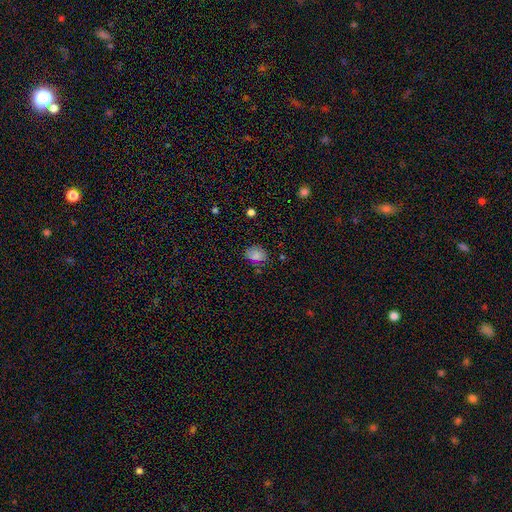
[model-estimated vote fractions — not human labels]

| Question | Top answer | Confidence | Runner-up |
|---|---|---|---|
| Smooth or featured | smooth | 80% | star or artifact (13%) |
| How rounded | in between | 58% | round (41%) |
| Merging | none | 77% | minor disturbance (17%) |